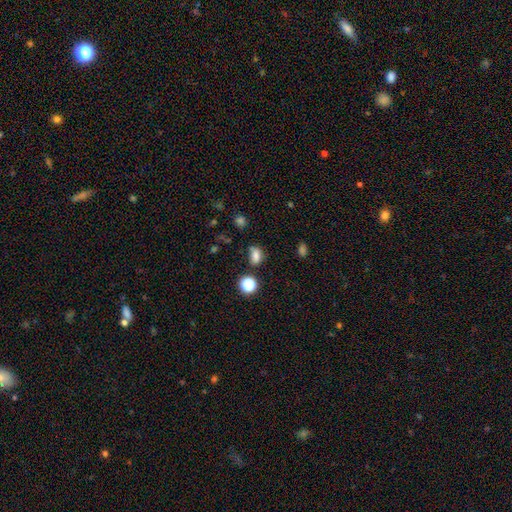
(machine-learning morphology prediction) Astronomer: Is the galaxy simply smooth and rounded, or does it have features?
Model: smooth — 76%.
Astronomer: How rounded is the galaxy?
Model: in between — 71%.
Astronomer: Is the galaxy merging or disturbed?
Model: none — 67%.